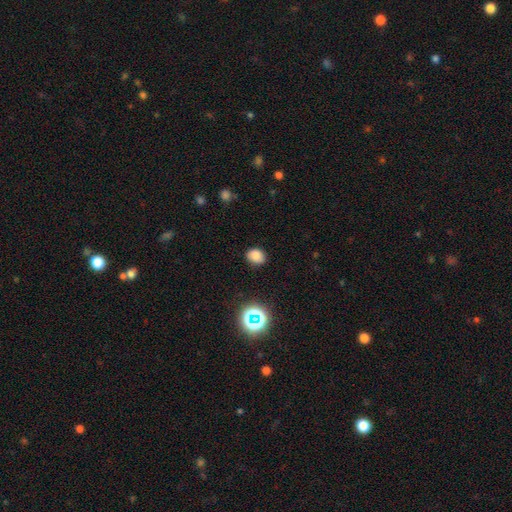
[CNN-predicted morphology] Overall: smooth (78%). How rounded: in between (51%; round 48%). Merging: none (83%).